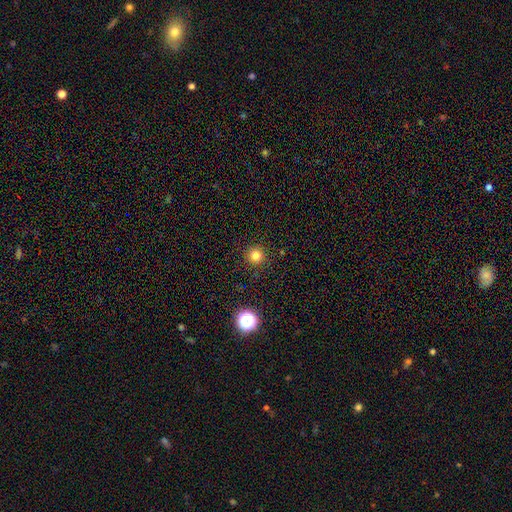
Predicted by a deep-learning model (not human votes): Smooth or featured? Predicted: smooth (p=0.80). How rounded? Predicted: round (p=0.96). Merging? Predicted: none (p=0.92).